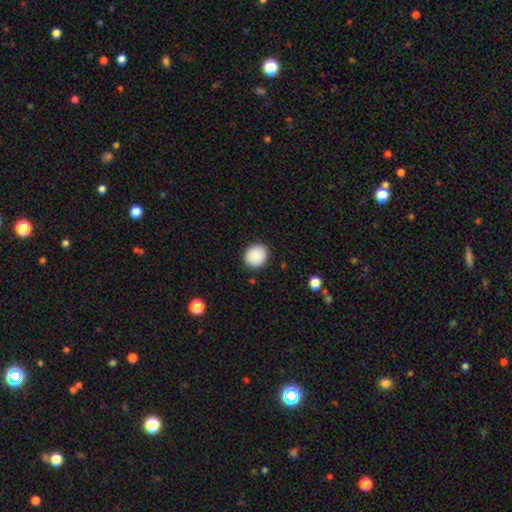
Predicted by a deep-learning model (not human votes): A smooth galaxy with no disk features (89%) that is round (84%). Merging: none (90%).